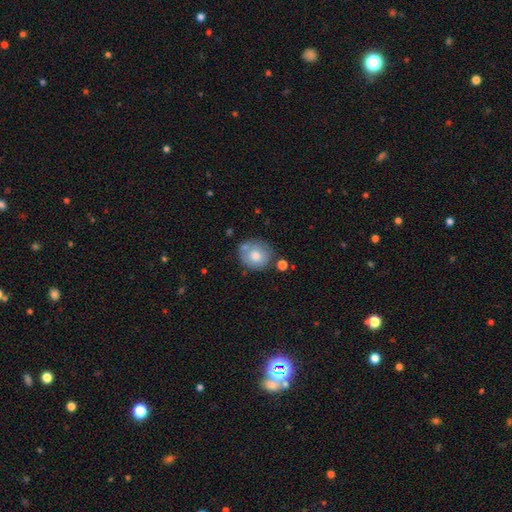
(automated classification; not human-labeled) This appears to be a smooth galaxy with no disk features (70%) that is round (76%). Merging: none (63%).